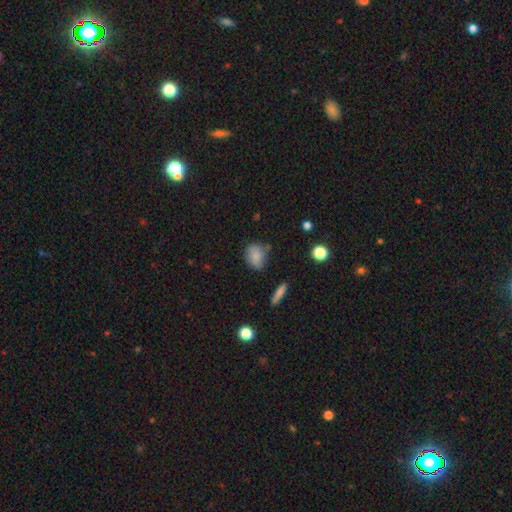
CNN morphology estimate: type=smooth (80%); roundness=in between (50%); merging=none (67%).